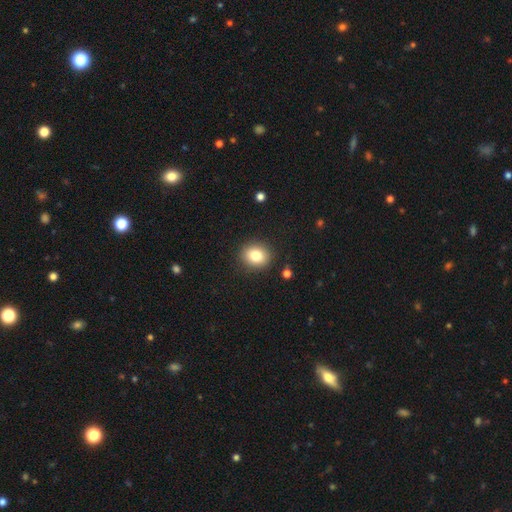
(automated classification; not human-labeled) Overall: smooth (81%). How rounded: round (72%). Merging: none (89%).